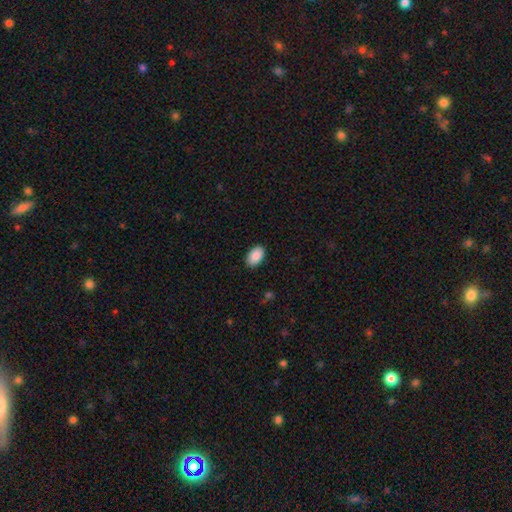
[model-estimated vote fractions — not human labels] A smooth galaxy with no disk features (90%) that is in between round and cigar-shaped (92%). Merging: none (89%).